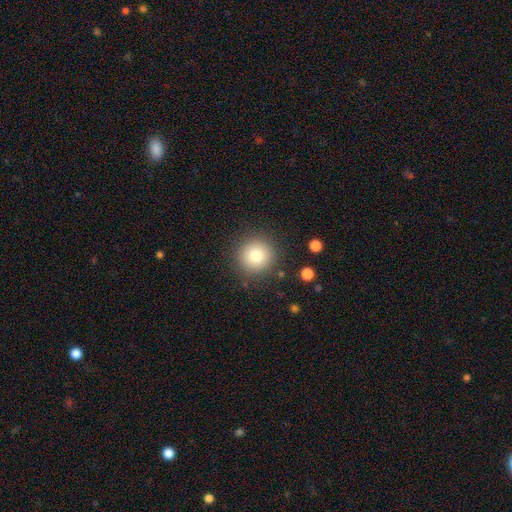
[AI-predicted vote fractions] A smooth galaxy with no disk features (79%) that is round (94%).

Vote fractions:
- Smooth or featured? smooth: 79% / star or artifact: 11% / featured or disk: 9%
- How rounded? round: 94% / in between: 5% / cigar-shaped: 1%
- Merging? none: 89% / minor disturbance: 7% / major disturbance: 3% / merger: 2%